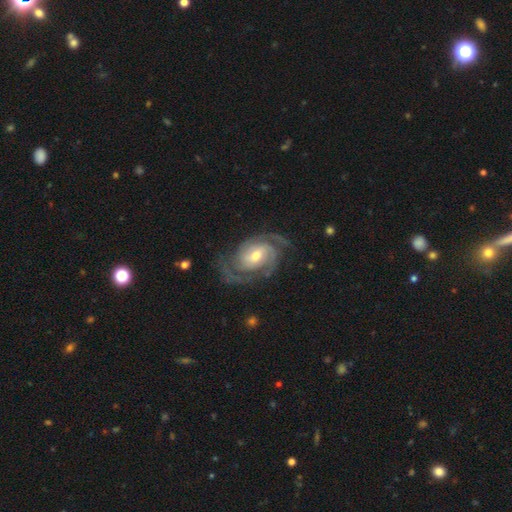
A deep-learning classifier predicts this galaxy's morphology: Smooth or featured: featured or disk — 89% (smooth — 6%)
Edge-on disk: no — 97% (yes — 3%)
Bar: no — 44% (weak — 42%)
Spiral arms: yes — 97% (no — 3%)
Spiral winding: tight — 47% (medium — 42%)
Spiral arm count: 2 — 49% (3 — 25%)
Bulge size: moderate — 61% (small — 30%)
Merging: none — 69% (minor disturbance — 17%)